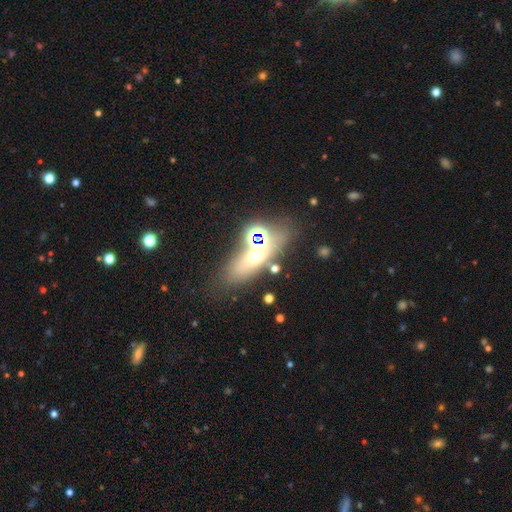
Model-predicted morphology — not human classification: The model was most divided on "smooth or featured": smooth: 47%, featured or disk: 30%, star or artifact: 23%. More confident: merging — none (63%).